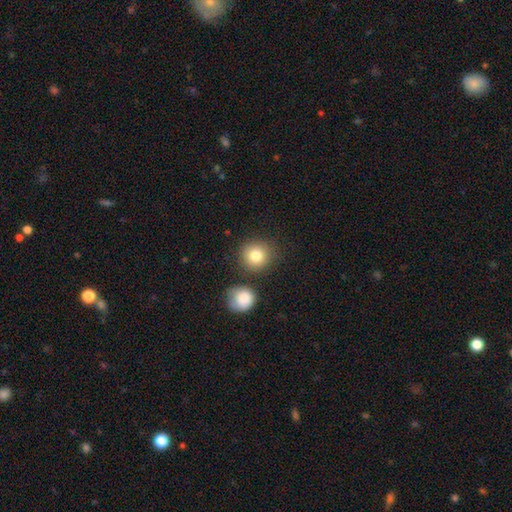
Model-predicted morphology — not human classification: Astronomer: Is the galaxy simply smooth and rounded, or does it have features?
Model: smooth — 83%.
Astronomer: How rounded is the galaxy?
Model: round — 90%.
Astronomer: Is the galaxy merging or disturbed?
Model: none — 78%.